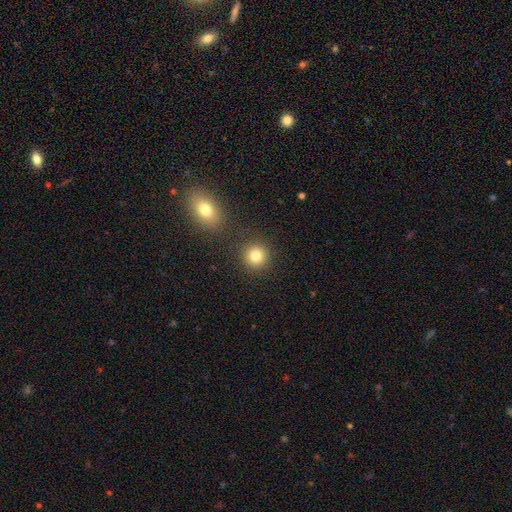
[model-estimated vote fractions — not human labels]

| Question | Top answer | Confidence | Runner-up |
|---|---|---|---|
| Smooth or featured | smooth | 83% | star or artifact (11%) |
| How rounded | round | 92% | in between (7%) |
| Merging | none | 86% | minor disturbance (7%) |